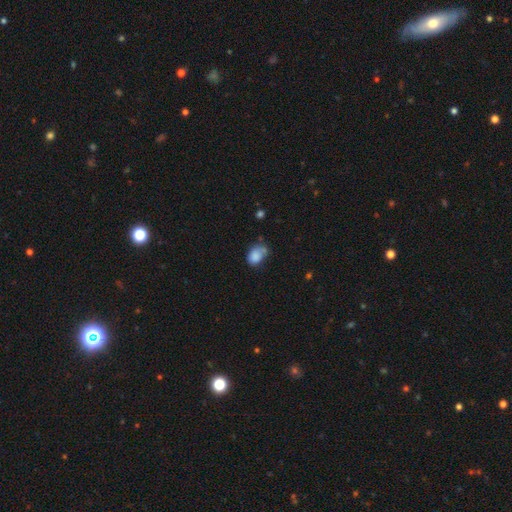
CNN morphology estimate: Smooth or featured? smooth (82%)
How rounded? in between (74%)
Merging? none (42%)